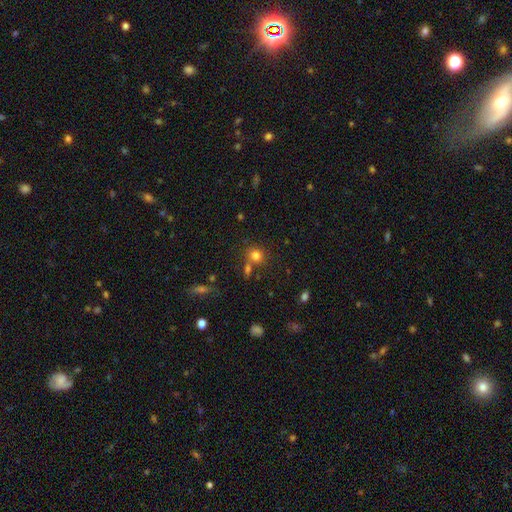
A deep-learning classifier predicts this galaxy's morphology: Smooth or featured: smooth — 78% (star or artifact — 14%)
How rounded: round — 79% (in between — 20%)
Merging: none — 64% (merger — 20%)